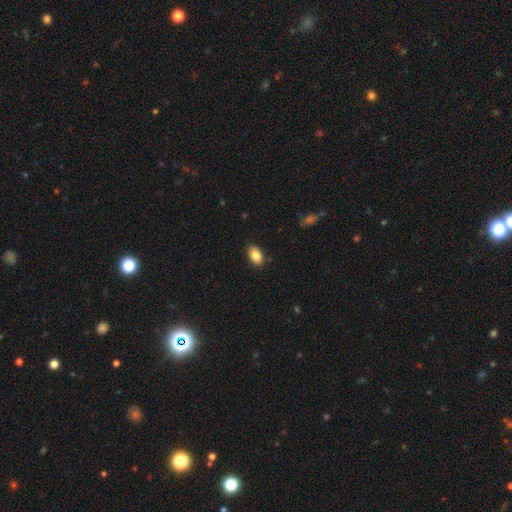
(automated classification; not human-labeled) smooth 86%, star or artifact 8%, featured or disk 7%. Down the decision tree: how rounded — in between (90%); merging — none (87%).